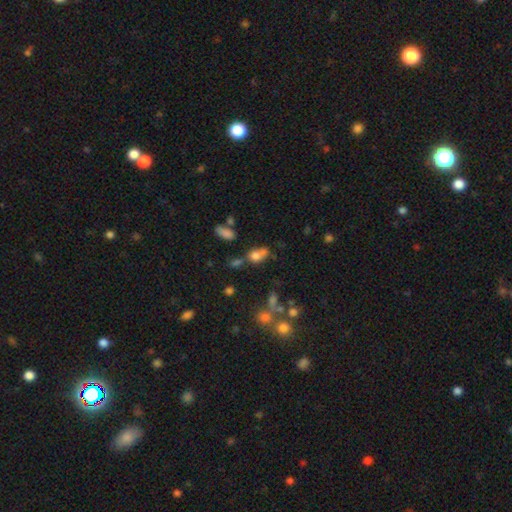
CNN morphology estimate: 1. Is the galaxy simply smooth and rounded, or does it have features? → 71% smooth, 15% star or artifact, 14% featured or disk.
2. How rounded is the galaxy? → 61% in between, 35% round, 4% cigar-shaped.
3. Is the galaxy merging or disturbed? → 38% none, 30% merger, 20% minor disturbance, 12% major disturbance.